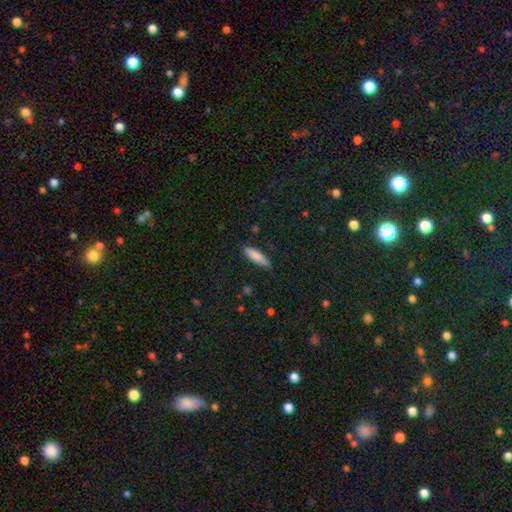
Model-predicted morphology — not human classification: type=smooth (82%); roundness=cigar-shaped (67%); merging=none (82%).